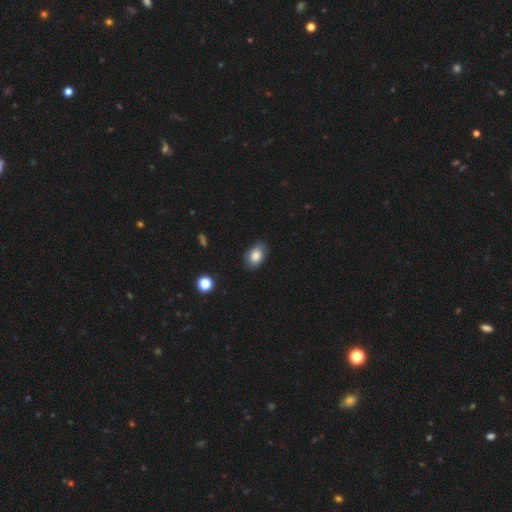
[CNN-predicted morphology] Smooth or featured? Predicted: smooth (p=0.83). How rounded? Predicted: in between (p=0.86). Merging? Predicted: none (p=0.81).